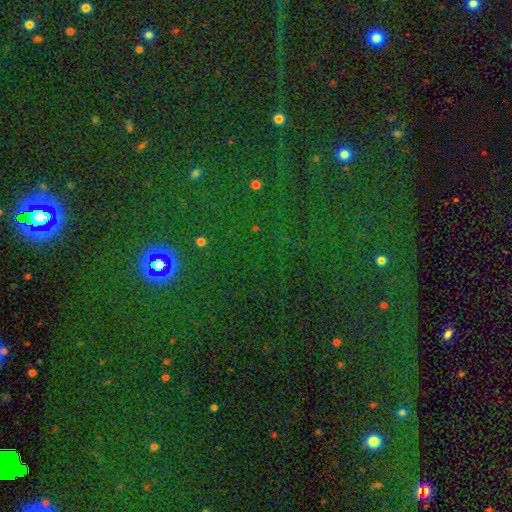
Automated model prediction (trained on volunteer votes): Smooth or featured?
  - star or artifact: 73% *
  - smooth: 19%
  - featured or disk: 7%